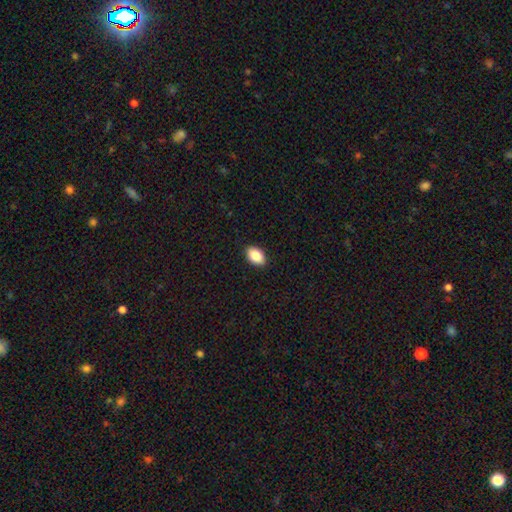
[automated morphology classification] This is clearly a smooth galaxy (86%). How rounded: clearly in between (91%). Merging: clearly none (90%).